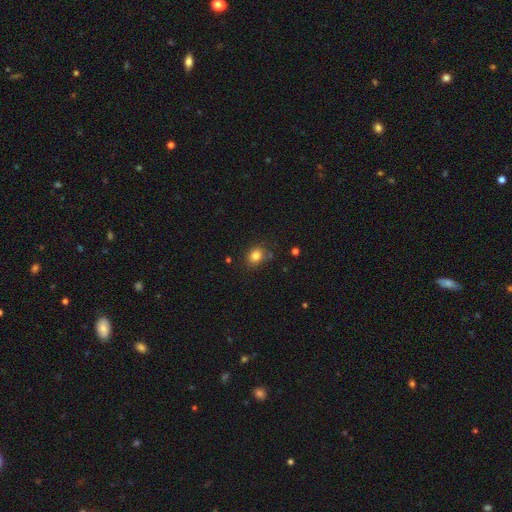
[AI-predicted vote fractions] Smooth or featured: smooth — 82% (star or artifact — 12%)
How rounded: round — 54% (in between — 45%)
Merging: none — 81% (minor disturbance — 13%)